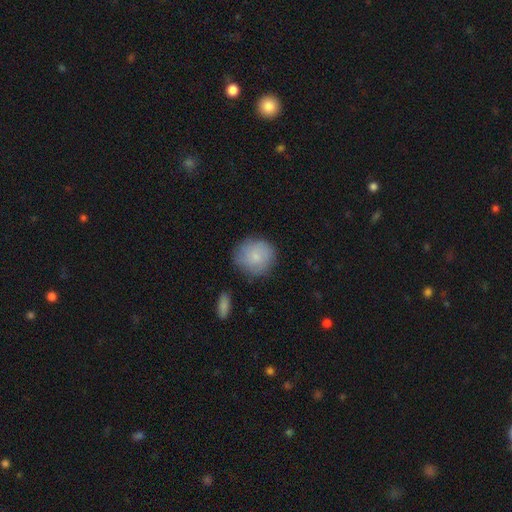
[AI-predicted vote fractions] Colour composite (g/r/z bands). It shows a smooth galaxy with no disk features (78%) that is round (88%). Merging: none (78%).